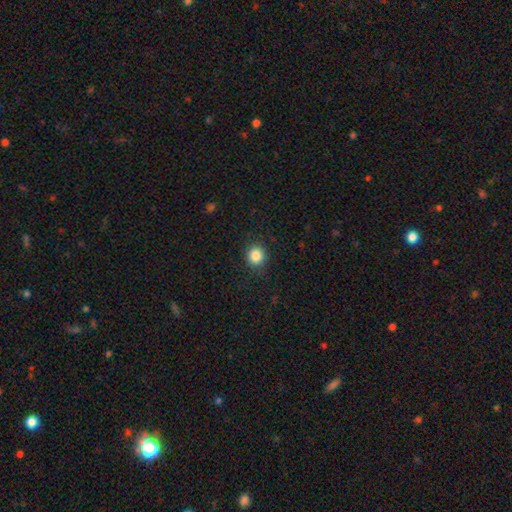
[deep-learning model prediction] Morphology: type=smooth (85%); roundness=round (88%); merging=none (90%).